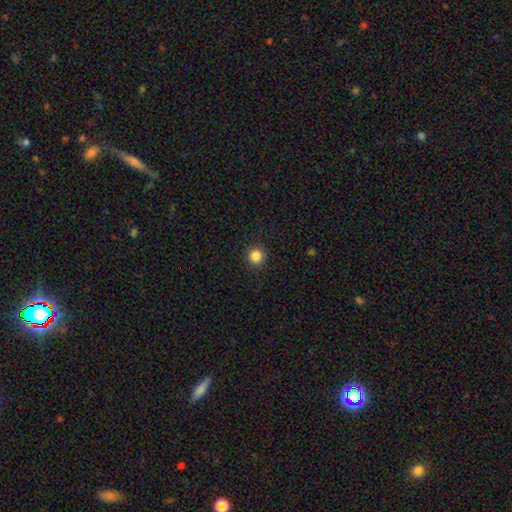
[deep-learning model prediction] Morphology: type=smooth (85%); roundness=round (95%); merging=none (92%).